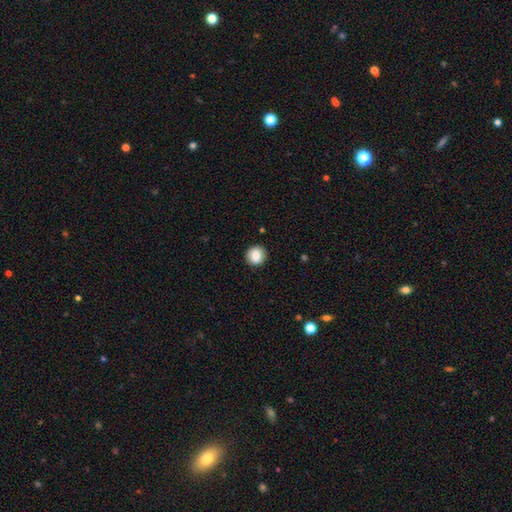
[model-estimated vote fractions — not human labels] Smooth or featured? smooth (81%)
How rounded? round (84%)
Merging? none (87%)